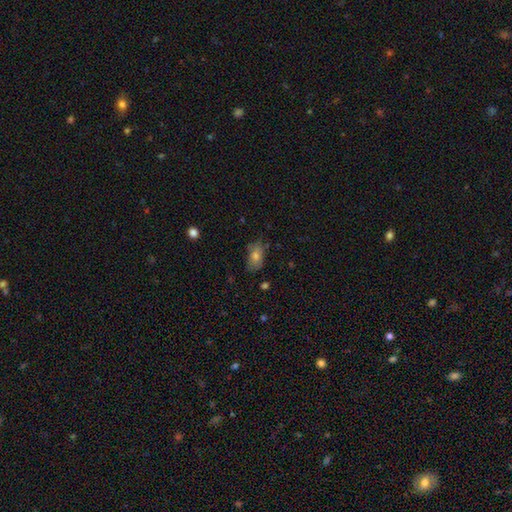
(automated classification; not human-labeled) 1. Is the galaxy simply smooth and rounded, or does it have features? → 73% smooth, 17% featured or disk, 11% star or artifact.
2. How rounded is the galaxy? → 87% in between, 9% round, 4% cigar-shaped.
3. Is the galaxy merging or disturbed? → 69% none, 23% minor disturbance, 5% major disturbance, 2% merger.